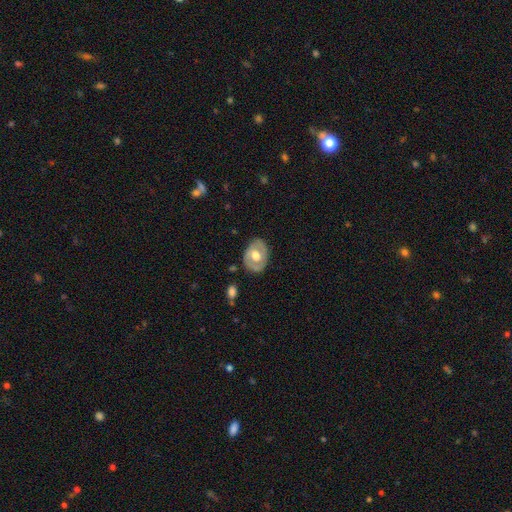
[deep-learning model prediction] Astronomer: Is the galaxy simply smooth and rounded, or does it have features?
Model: featured or disk — 55% (runner-up: smooth, 39%).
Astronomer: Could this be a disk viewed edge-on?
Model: no — 93%.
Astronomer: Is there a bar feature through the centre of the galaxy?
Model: no — 72%.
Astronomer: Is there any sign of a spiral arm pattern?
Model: no — 68%.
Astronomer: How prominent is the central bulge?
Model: moderate — 62%.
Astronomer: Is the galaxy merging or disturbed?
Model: none — 77%.